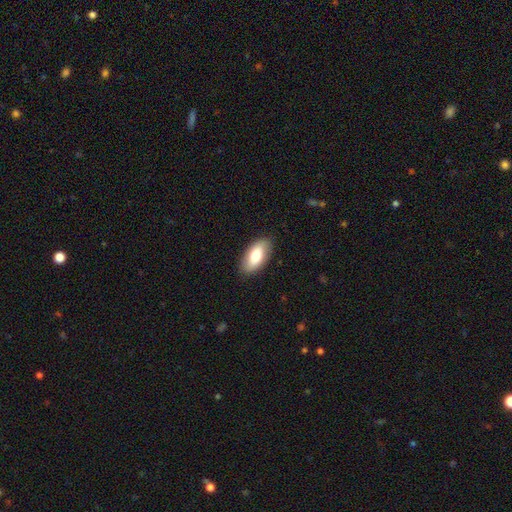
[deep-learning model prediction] Smooth or featured: smooth — 75% (featured or disk — 20%)
How rounded: in between — 92% (cigar-shaped — 6%)
Merging: none — 87% (minor disturbance — 10%)